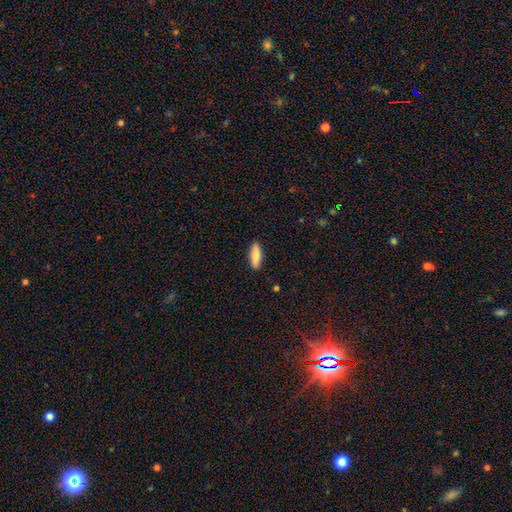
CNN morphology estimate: smooth 81%, featured or disk 13%, star or artifact 6%. Down the decision tree: how rounded — in between (51%); merging — none (90%).